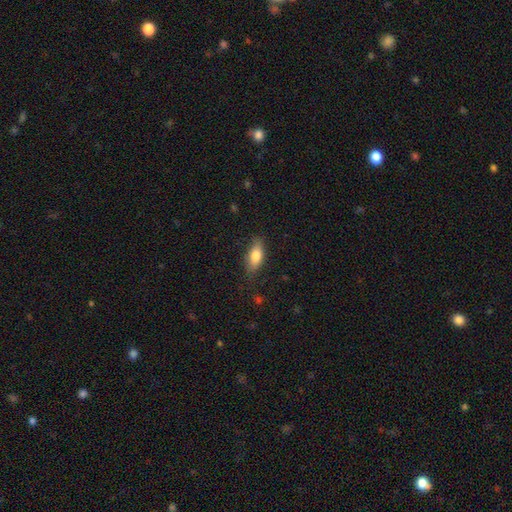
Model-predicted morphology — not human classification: smooth 77%, featured or disk 16%, star or artifact 7%. Down the decision tree: how rounded — in between (78%); merging — none (78%).